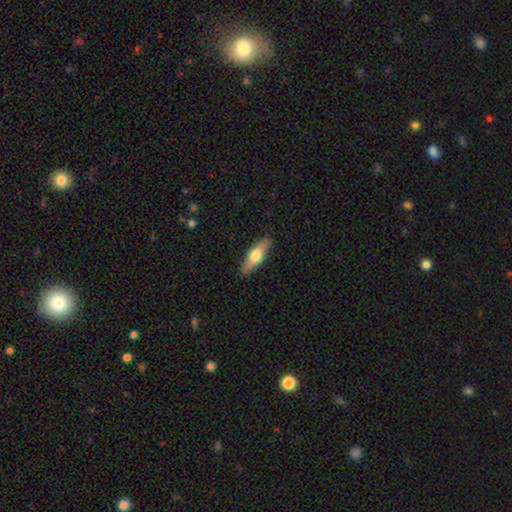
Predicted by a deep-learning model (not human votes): smooth_or_featured: smooth (p=0.57) [alt: featured or disk p=0.38]
how_rounded: cigar-shaped (p=0.52) [alt: in between p=0.46]
merging: none (p=0.89) [alt: minor disturbance p=0.09]